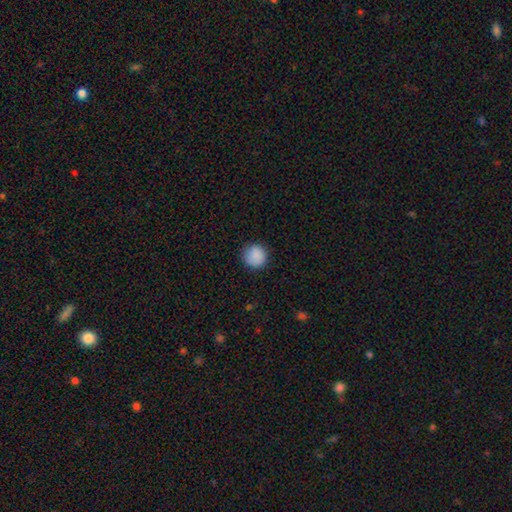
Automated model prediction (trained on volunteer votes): A smooth galaxy with no disk features (89%) that is round (95%). Merging: none (89%).